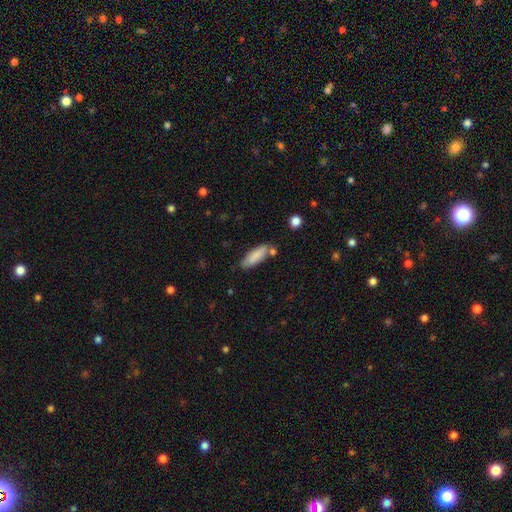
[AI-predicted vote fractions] The model was most divided on "how rounded": in between: 57%, cigar-shaped: 41%, round: 2%. More confident: smooth or featured — smooth (84%); merging — none (73%).